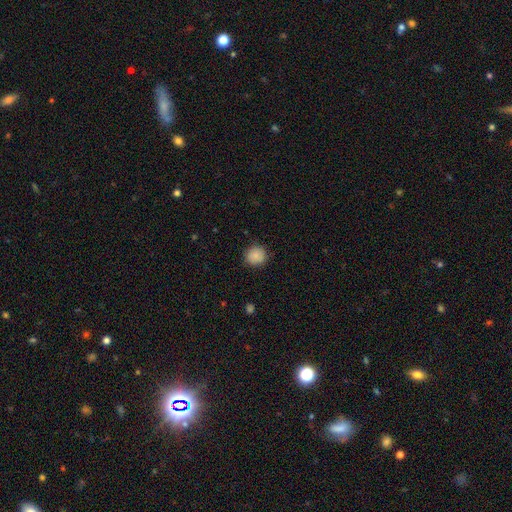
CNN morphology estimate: A smooth galaxy with no disk features (87%) that is round (89%).

Vote fractions:
- Smooth or featured? smooth: 87% / star or artifact: 9% / featured or disk: 4%
- How rounded? round: 89% / in between: 10% / cigar-shaped: 1%
- Merging? none: 86% / minor disturbance: 11% / major disturbance: 3% / merger: 1%